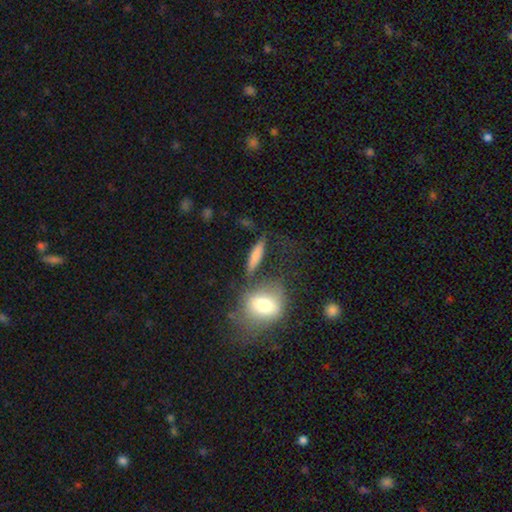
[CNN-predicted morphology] smooth-or-featured: smooth: 72% | featured or disk: 19% | star or artifact: 9%
  how-rounded: cigar-shaped: 75% | in between: 19% | round: 6%
  merging: none: 65% | minor disturbance: 15% | merger: 11% | major disturbance: 8%